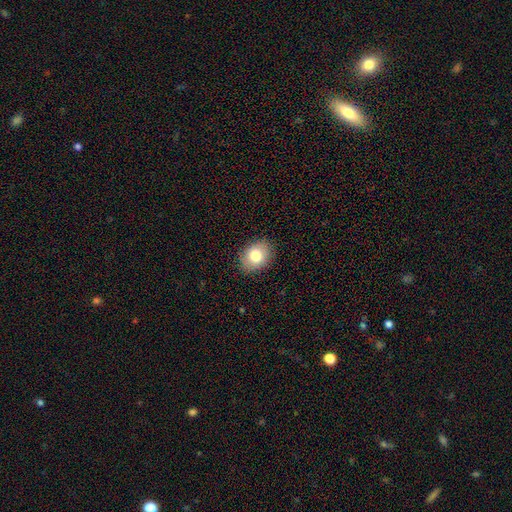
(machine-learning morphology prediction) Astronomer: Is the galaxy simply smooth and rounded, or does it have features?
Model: smooth — 80%.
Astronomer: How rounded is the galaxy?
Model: in between — 69%.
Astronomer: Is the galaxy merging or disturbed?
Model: none — 88%.